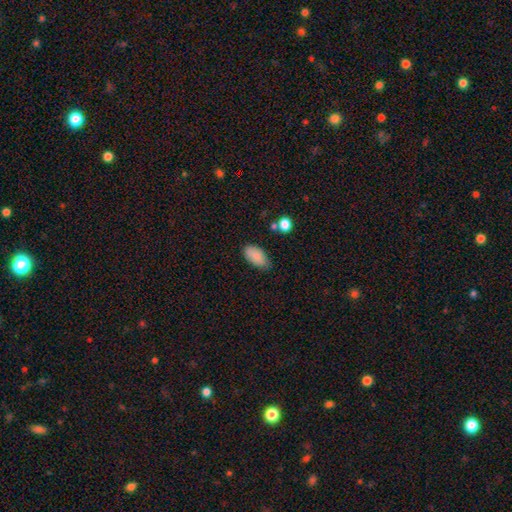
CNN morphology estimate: Q: Smooth or featured?
A: smooth (86%); runner-up: star or artifact (8%)
Q: How rounded?
A: in between (93%); runner-up: round (4%)
Q: Merging?
A: none (72%); runner-up: minor disturbance (22%)